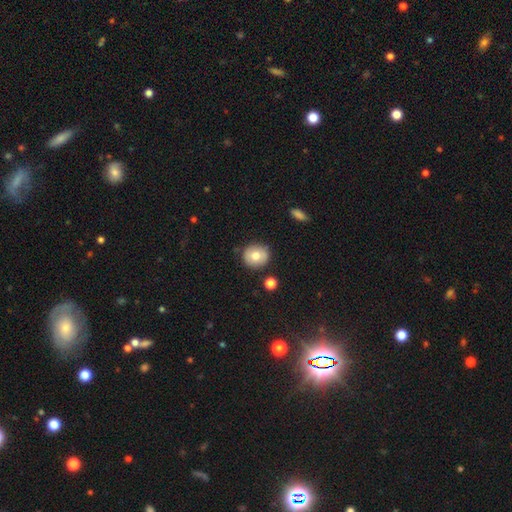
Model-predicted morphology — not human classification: Smooth or featured: smooth — 74% (featured or disk — 17%)
How rounded: round — 88% (in between — 11%)
Merging: none — 83% (minor disturbance — 11%)